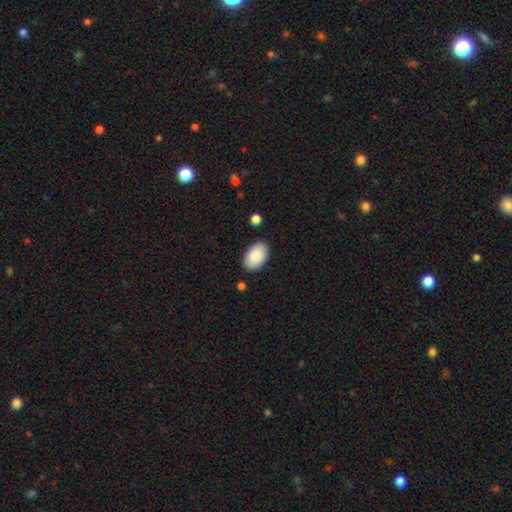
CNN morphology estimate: A smooth galaxy with no disk features (88%) that is in between round and cigar-shaped (94%).

Vote fractions:
- Smooth or featured? smooth: 88% / featured or disk: 6% / star or artifact: 6%
- How rounded? in between: 94% / round: 5% / cigar-shaped: 1%
- Merging? none: 86% / minor disturbance: 10% / major disturbance: 2% / merger: 2%